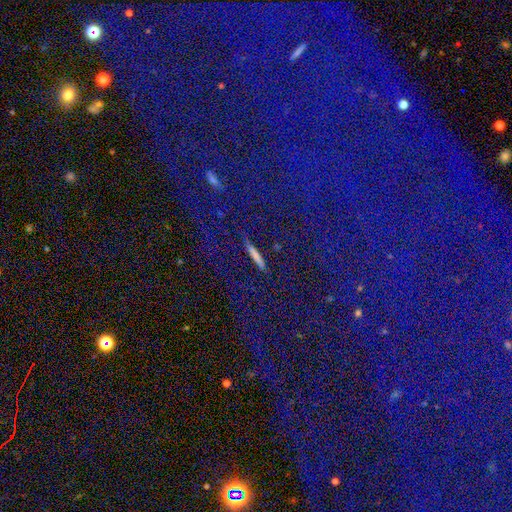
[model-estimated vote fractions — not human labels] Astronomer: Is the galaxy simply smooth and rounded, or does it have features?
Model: smooth — 51%.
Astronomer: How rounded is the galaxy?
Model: cigar-shaped — 85%.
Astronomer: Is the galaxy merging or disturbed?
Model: none — 85%.